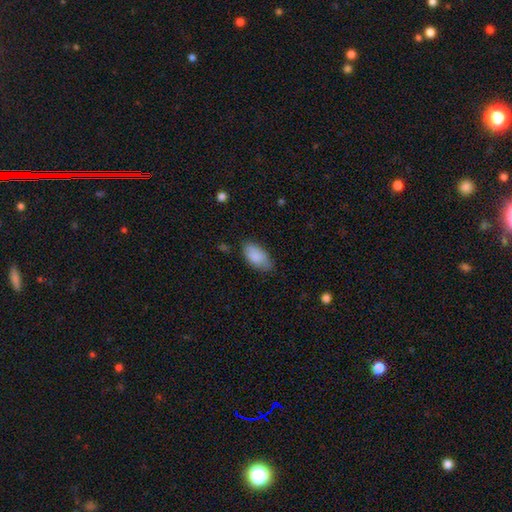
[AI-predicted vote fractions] Smooth or featured: smooth — 87% (star or artifact — 6%)
How rounded: in between — 93% (cigar-shaped — 4%)
Merging: none — 75% (minor disturbance — 20%)